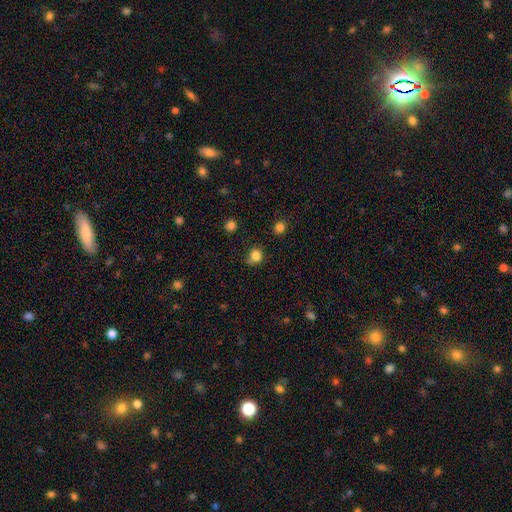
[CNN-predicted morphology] smooth 82%, star or artifact 13%, featured or disk 5%. Down the decision tree: how rounded — round (79%); merging — none (67%).